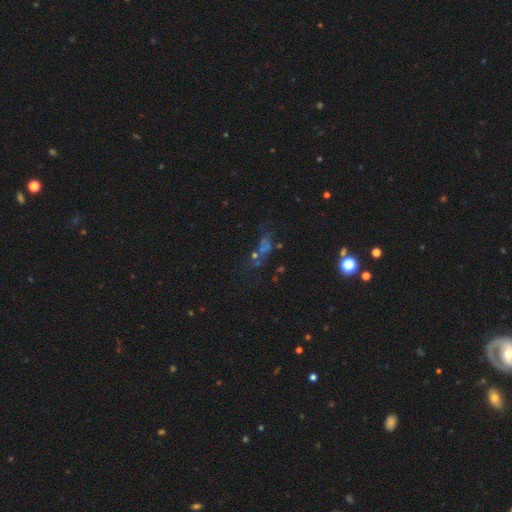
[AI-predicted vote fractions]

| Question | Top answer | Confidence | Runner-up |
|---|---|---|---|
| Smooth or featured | star or artifact | 40% | smooth (34%) |